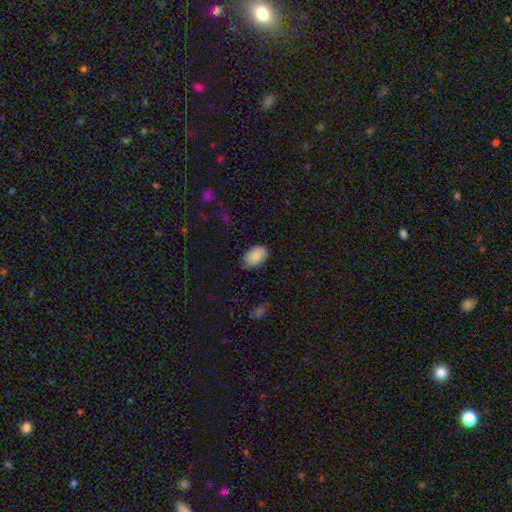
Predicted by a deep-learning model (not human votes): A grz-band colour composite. It shows a smooth galaxy with no disk features (88%) that is in between round and cigar-shaped (92%). Merging: none (79%).